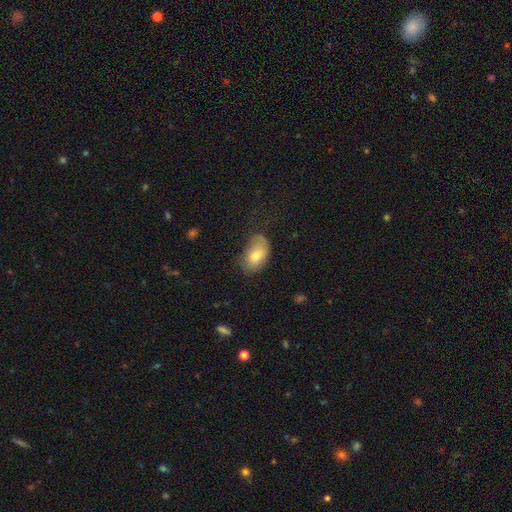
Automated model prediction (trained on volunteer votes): Smooth or featured? smooth (77%)
How rounded? in between (89%)
Merging? none (51%)